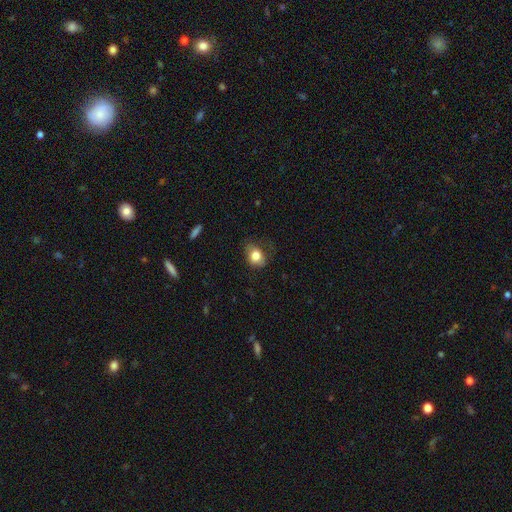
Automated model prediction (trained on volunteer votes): This is likely a smooth galaxy (78%). How rounded: possibly in between (57%). Merging: likely none (63%).